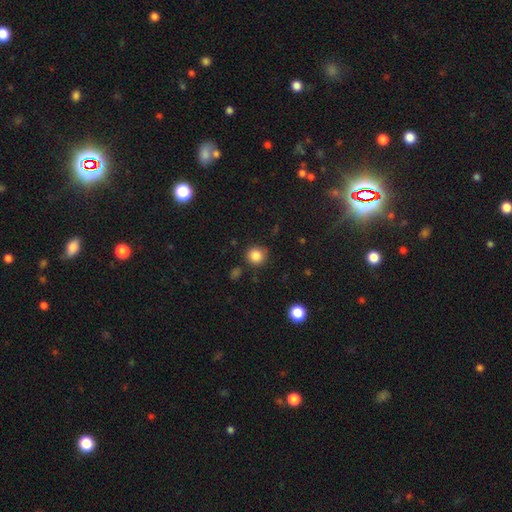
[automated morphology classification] Smooth or featured? smooth (85%)
How rounded? round (91%)
Merging? none (84%)